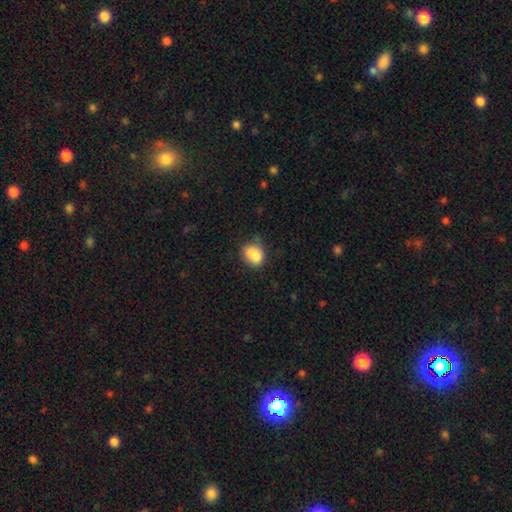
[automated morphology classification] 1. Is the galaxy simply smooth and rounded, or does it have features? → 84% smooth, 9% star or artifact, 7% featured or disk.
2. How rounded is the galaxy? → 60% in between, 39% round, 1% cigar-shaped.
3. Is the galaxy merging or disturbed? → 56% none, 31% minor disturbance, 8% major disturbance, 5% merger.